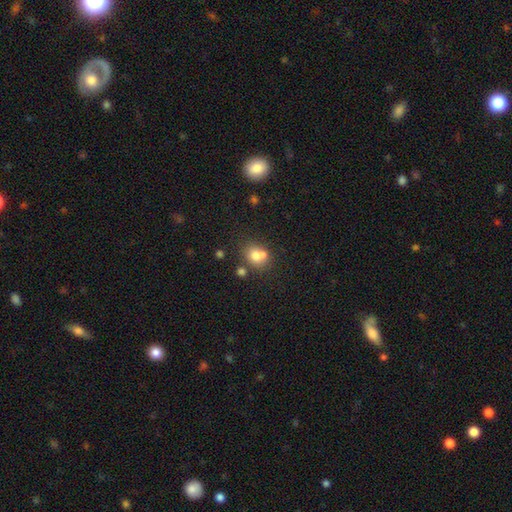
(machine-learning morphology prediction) Q: Smooth or featured?
A: smooth (71%); runner-up: featured or disk (16%)
Q: How rounded?
A: round (69%); runner-up: in between (30%)
Q: Merging?
A: none (44%); runner-up: merger (41%)